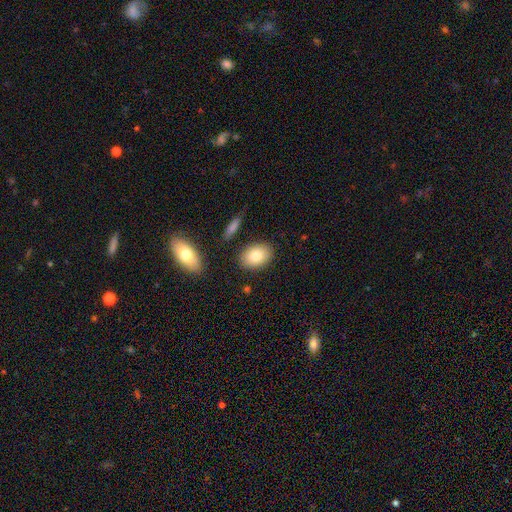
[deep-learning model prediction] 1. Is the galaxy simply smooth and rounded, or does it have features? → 81% smooth, 12% featured or disk, 7% star or artifact.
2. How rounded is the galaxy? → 79% in between, 20% round, 1% cigar-shaped.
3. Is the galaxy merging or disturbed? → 84% none, 10% minor disturbance, 3% merger, 3% major disturbance.